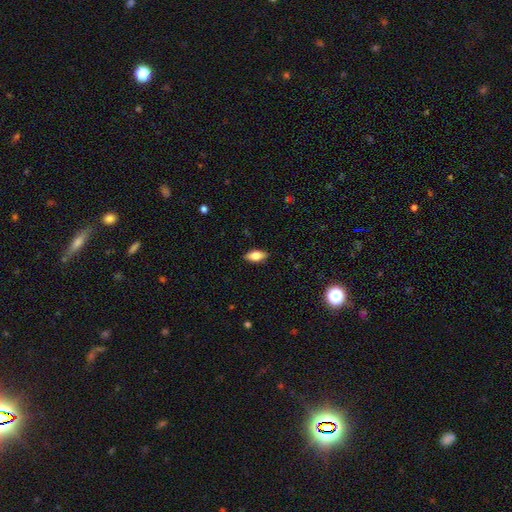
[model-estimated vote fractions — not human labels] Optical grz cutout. It shows a smooth galaxy with no disk features (72%) that is in between round and cigar-shaped (85%). Merging: none (88%).